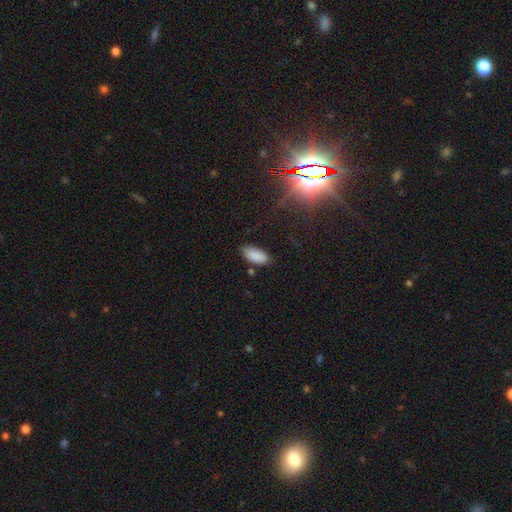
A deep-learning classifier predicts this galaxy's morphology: smooth 87%, star or artifact 8%, featured or disk 5%. Down the decision tree: how rounded — in between (90%); merging — none (79%).